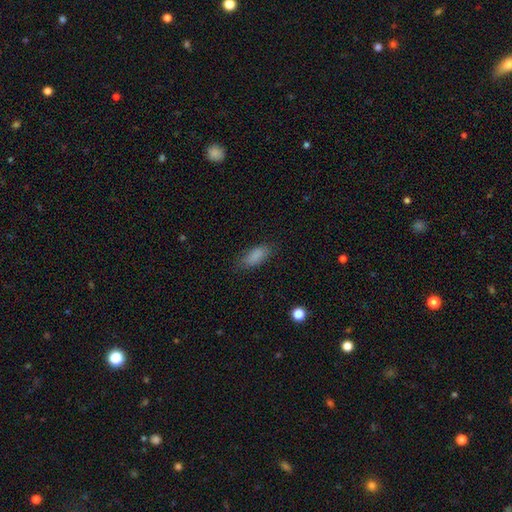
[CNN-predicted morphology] smooth-or-featured: smooth: 85% | star or artifact: 9% | featured or disk: 6%
  how-rounded: in between: 80% | cigar-shaped: 17% | round: 3%
  merging: none: 77% | minor disturbance: 17% | major disturbance: 5% | merger: 1%